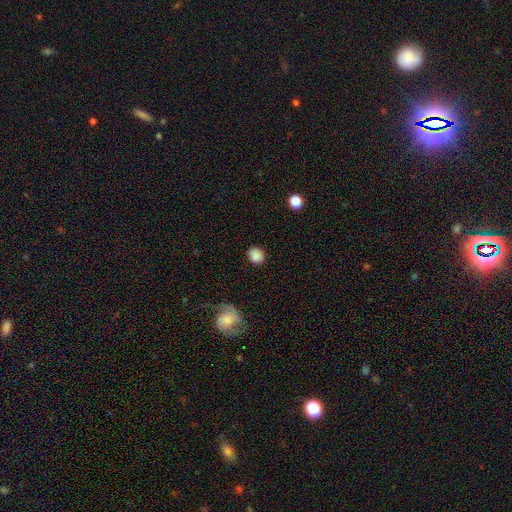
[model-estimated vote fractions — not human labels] Smooth or featured?
  - smooth: 85% *
  - star or artifact: 9%
  - featured or disk: 6%
How rounded?
  - round: 65% *
  - in between: 34%
  - cigar-shaped: 1%
Merging?
  - none: 84% *
  - minor disturbance: 11%
  - major disturbance: 4%
  - merger: 2%